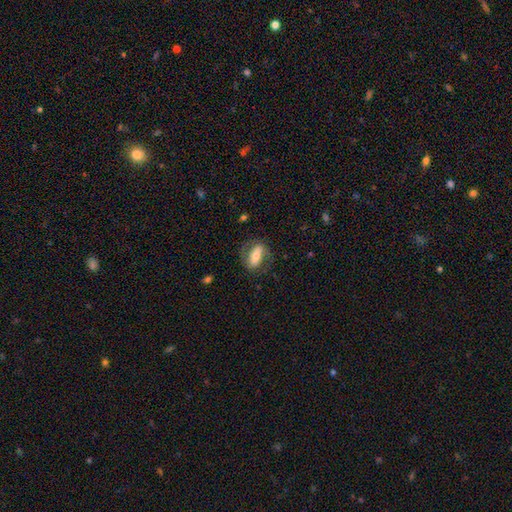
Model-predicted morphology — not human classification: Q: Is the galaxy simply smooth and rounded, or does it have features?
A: featured or disk — 51%.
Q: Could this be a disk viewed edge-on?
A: no — 88%.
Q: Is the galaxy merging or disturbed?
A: none — 69%.